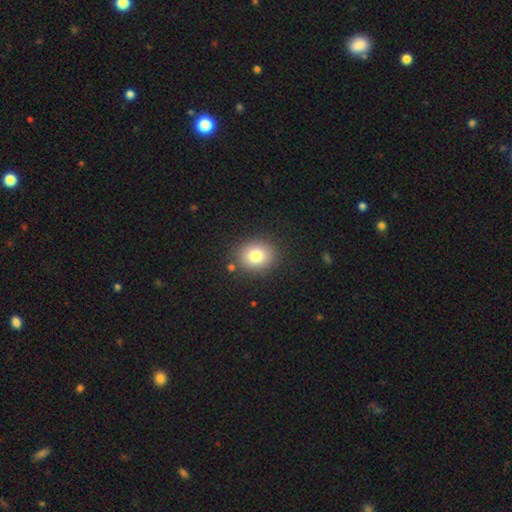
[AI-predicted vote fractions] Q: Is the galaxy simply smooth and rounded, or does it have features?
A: smooth — 79%.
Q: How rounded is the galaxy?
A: round — 64%.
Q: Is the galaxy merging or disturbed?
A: none — 86%.